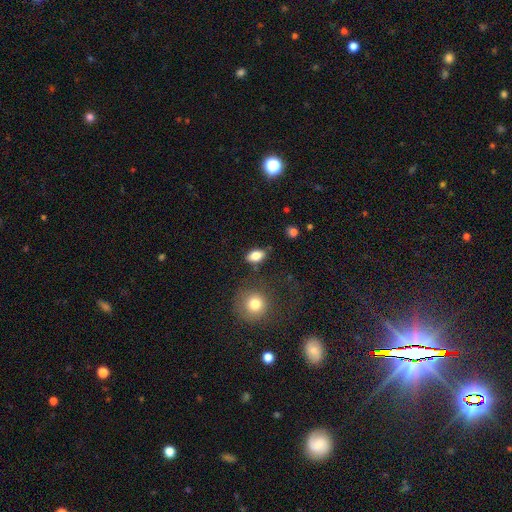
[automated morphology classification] type=smooth (83%); roundness=in between (87%); merging=none (81%).